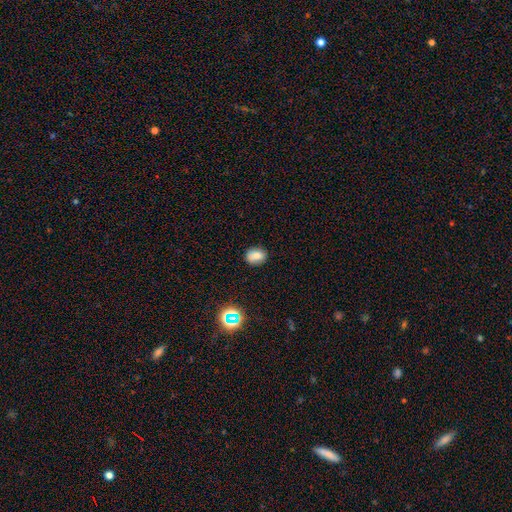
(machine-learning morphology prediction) Smooth or featured? smooth (77%)
How rounded? in between (60%)
Merging? none (83%)